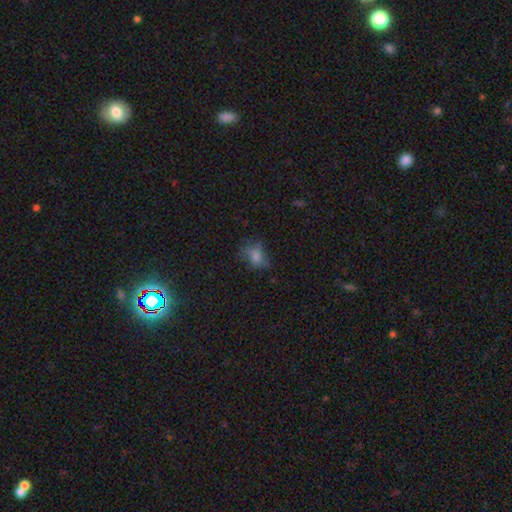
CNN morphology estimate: Smooth or featured? Predicted: smooth (p=0.56). How rounded? Predicted: in between (p=0.60). Merging? Predicted: none (p=0.53).